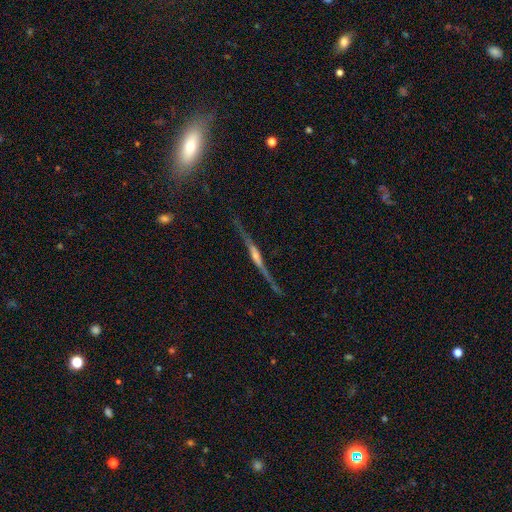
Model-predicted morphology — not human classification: Smooth or featured? featured or disk (80%)
Edge-on disk? yes (94%)
Edge-on bulge? rounded (57%)
Merging? none (74%)